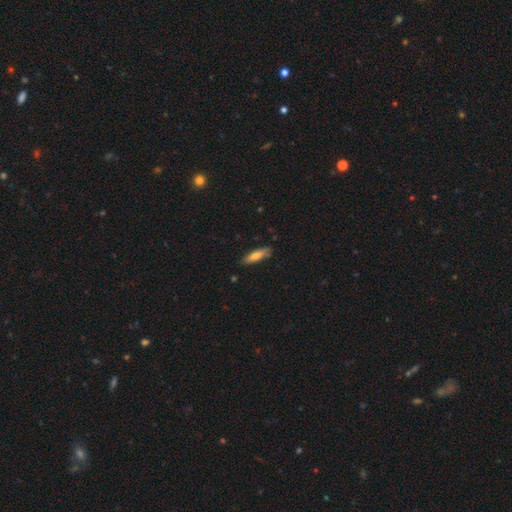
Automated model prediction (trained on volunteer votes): A smooth galaxy with no disk features (72%) that is cigar-shaped (66%). Merging: none (82%).